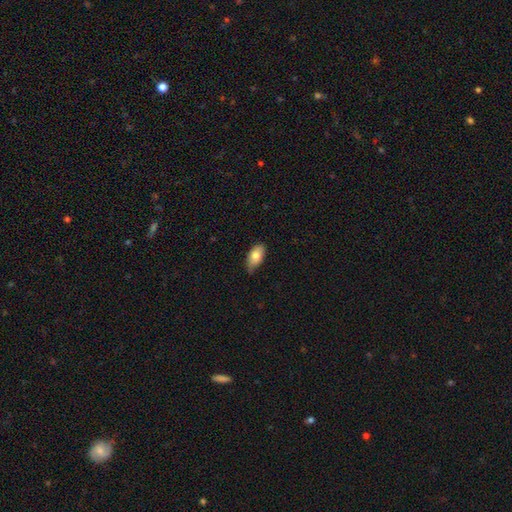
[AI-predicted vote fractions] smooth-or-featured: smooth: 78% | featured or disk: 15% | star or artifact: 7%
  how-rounded: in between: 92% | cigar-shaped: 4% | round: 4%
  merging: none: 67% | minor disturbance: 28% | major disturbance: 4% | merger: 1%